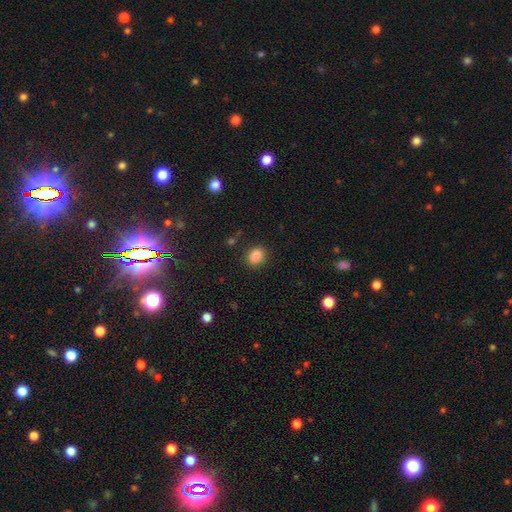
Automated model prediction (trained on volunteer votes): A smooth galaxy with no disk features (87%) that is in between round and cigar-shaped (67%).

Vote fractions:
- Smooth or featured? smooth: 87% / star or artifact: 10% / featured or disk: 3%
- How rounded? in between: 67% / round: 31% / cigar-shaped: 1%
- Merging? none: 85% / minor disturbance: 10% / major disturbance: 3% / merger: 2%